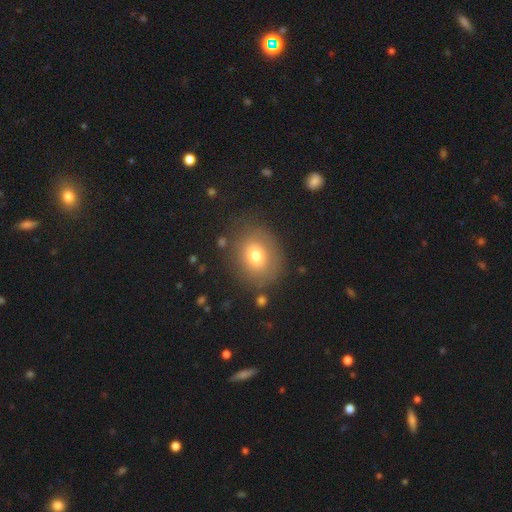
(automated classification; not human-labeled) Smooth or featured: smooth — 72% (featured or disk — 15%)
How rounded: round — 59% (in between — 40%)
Merging: none — 78% (minor disturbance — 14%)